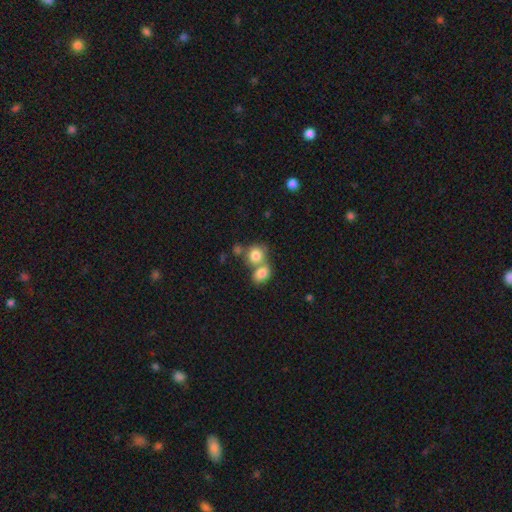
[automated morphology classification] type=smooth (81%); roundness=round (66%); merging=merger (57%).